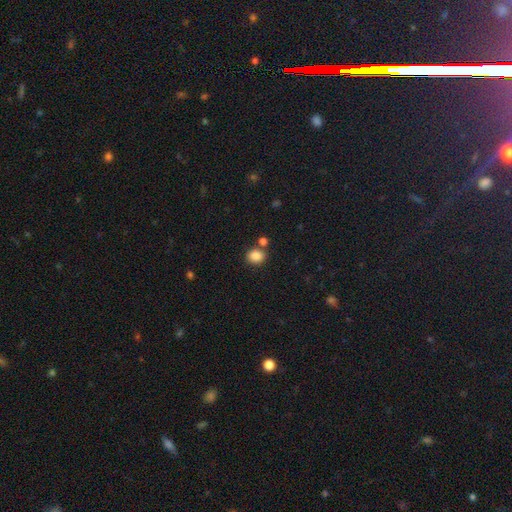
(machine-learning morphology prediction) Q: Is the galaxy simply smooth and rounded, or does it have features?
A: smooth — 86%.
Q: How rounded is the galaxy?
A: round — 64%.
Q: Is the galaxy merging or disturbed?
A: none — 73%.